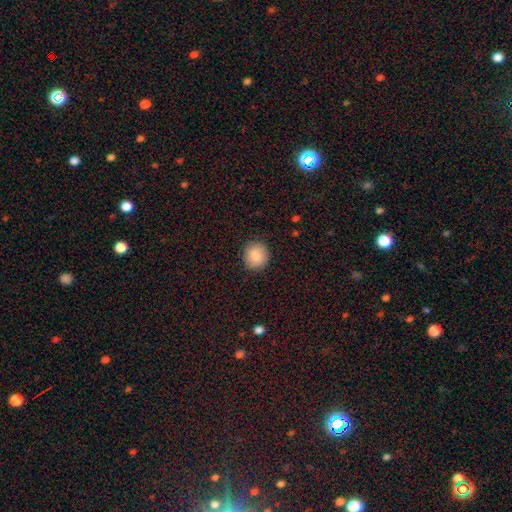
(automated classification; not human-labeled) Smooth or featured? smooth (87%)
How rounded? round (90%)
Merging? none (89%)